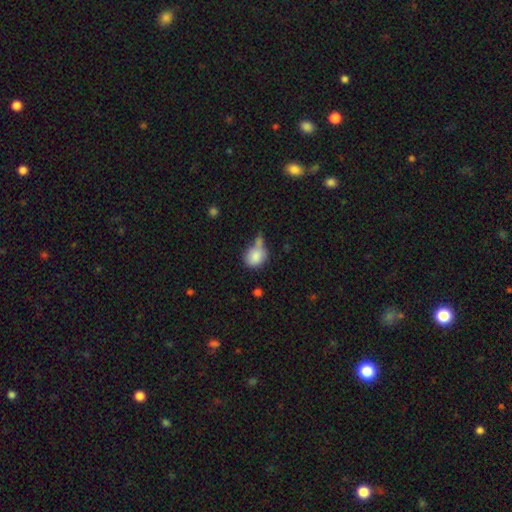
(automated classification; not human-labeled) This appears to be a smooth galaxy with no disk features (84%) that is round (60%). Merging: none (36%).